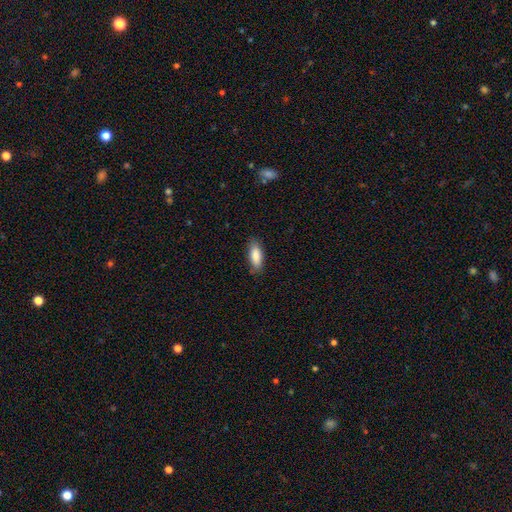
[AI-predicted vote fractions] Overall: smooth (86%). How rounded: in between (75%). Merging: none (81%).